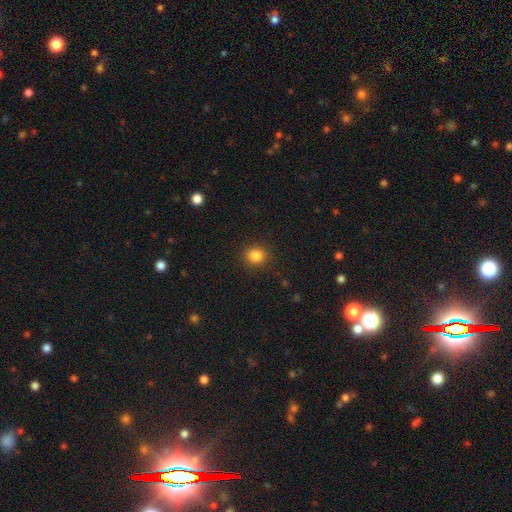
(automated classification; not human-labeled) Smooth or featured? smooth (85%)
How rounded? round (78%)
Merging? none (89%)